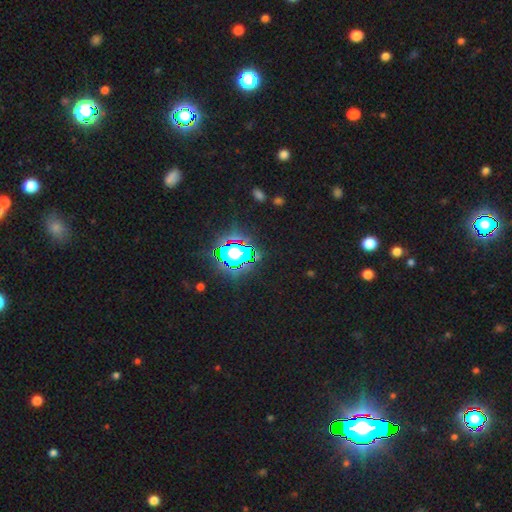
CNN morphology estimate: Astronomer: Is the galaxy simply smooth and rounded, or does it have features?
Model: star or artifact — 75%.